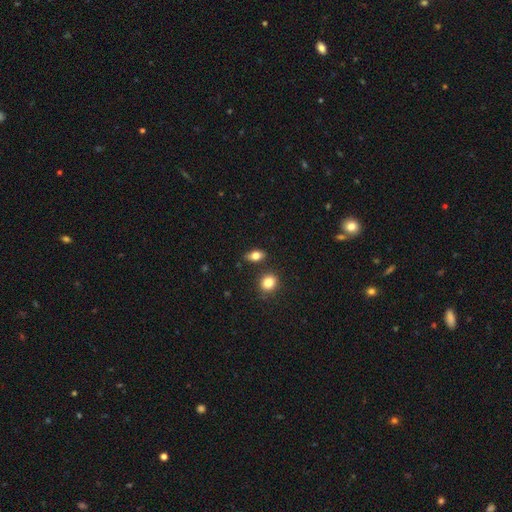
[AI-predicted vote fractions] This appears to be a smooth galaxy with no disk features (80%) that is in between round and cigar-shaped (80%). Merging: none (78%).